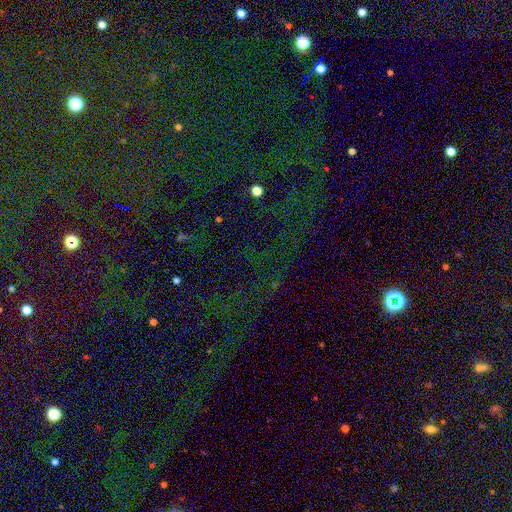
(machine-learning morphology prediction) The model was most divided on "smooth or featured": star or artifact: 77%, smooth: 14%, featured or disk: 9%.